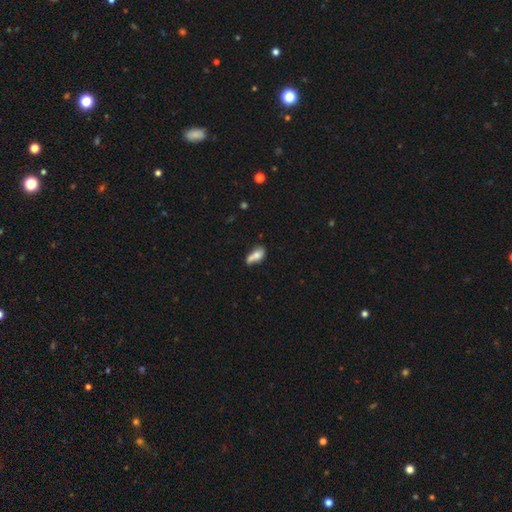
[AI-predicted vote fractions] Overall: smooth (69%). How rounded: in between (81%). Merging: none (36%; merger 30%).